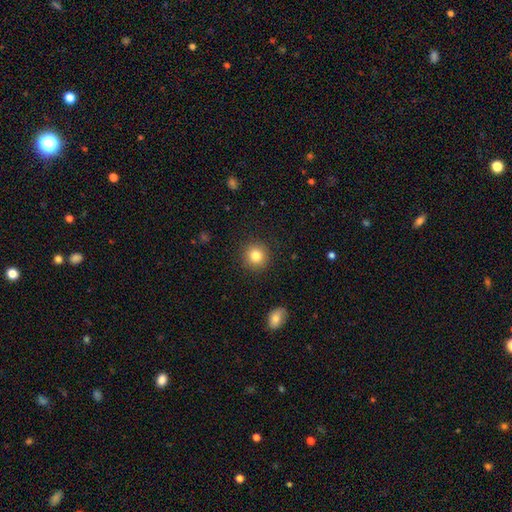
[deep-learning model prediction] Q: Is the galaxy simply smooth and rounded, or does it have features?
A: smooth — 82%.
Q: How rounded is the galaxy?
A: round — 92%.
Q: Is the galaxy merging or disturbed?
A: none — 91%.